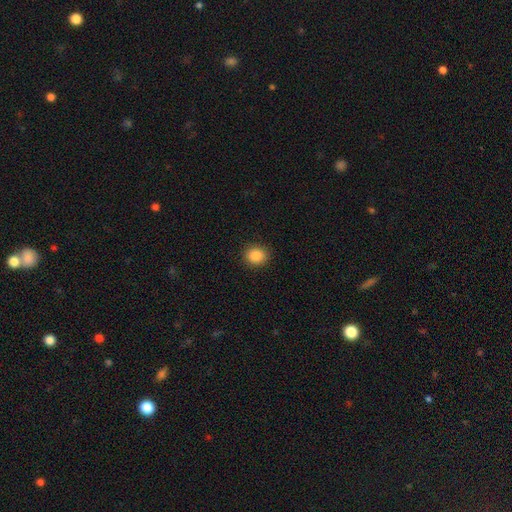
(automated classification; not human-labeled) smooth-or-featured: smooth: 87% | star or artifact: 9% | featured or disk: 3%
  how-rounded: round: 76% | in between: 23% | cigar-shaped: 1%
  merging: none: 90% | minor disturbance: 7% | major disturbance: 2% | merger: 1%